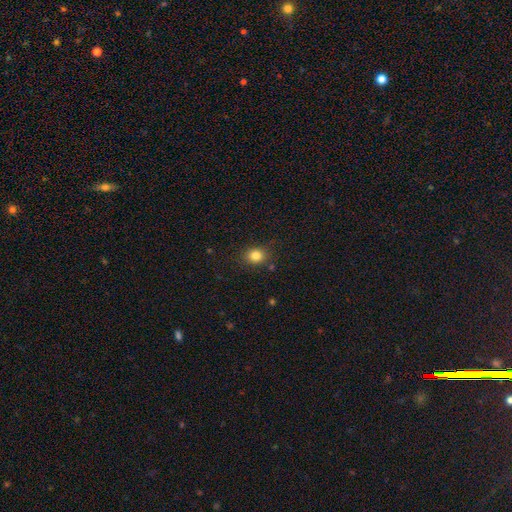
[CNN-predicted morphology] smooth-or-featured: smooth: 83% | star or artifact: 11% | featured or disk: 6%
  how-rounded: round: 65% | in between: 34% | cigar-shaped: 1%
  merging: none: 84% | minor disturbance: 11% | major disturbance: 3% | merger: 2%